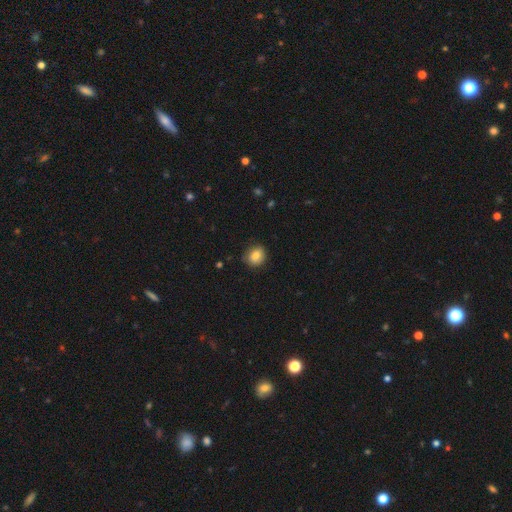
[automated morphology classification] Q: Smooth or featured?
A: smooth (84%); runner-up: star or artifact (9%)
Q: How rounded?
A: round (73%); runner-up: in between (26%)
Q: Merging?
A: none (82%); runner-up: minor disturbance (14%)